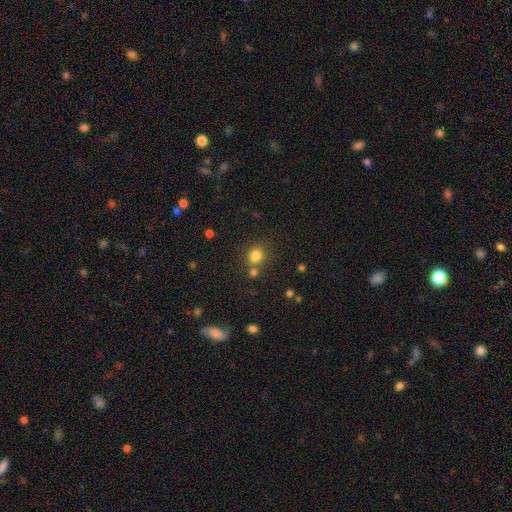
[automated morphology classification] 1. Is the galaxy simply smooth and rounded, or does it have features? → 80% smooth, 14% star or artifact, 6% featured or disk.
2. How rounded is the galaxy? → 64% round, 35% in between, 1% cigar-shaped.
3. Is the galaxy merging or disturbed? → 63% none, 22% merger, 11% minor disturbance, 4% major disturbance.